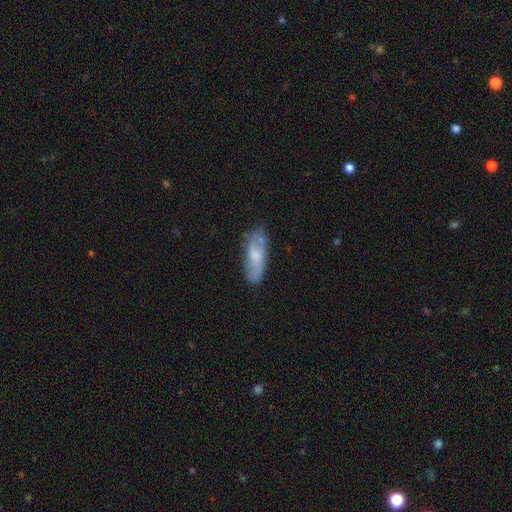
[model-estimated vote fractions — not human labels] Morphology: type=smooth (50%); merging=none (68%).